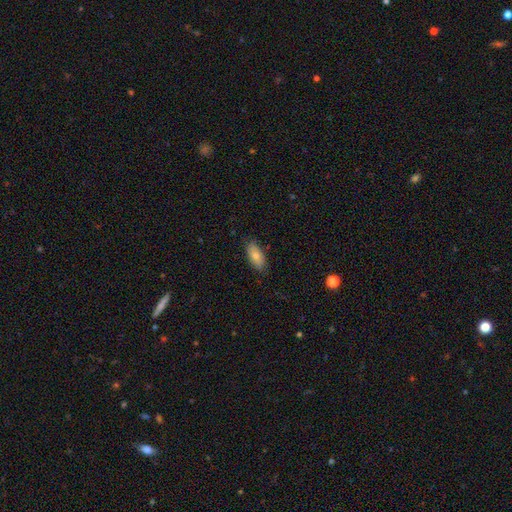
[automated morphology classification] The model was most divided on "smooth or featured": smooth: 80%, featured or disk: 14%, star or artifact: 6%. More confident: how rounded — in between (89%); merging — none (81%).